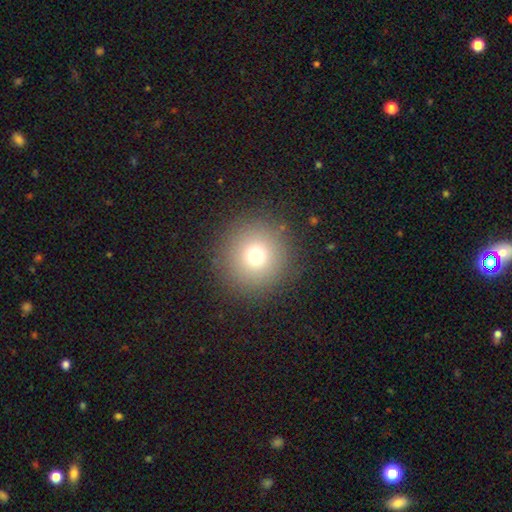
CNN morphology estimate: This appears to be a smooth galaxy with no disk features (71%) that is round (95%). Merging: none (89%).